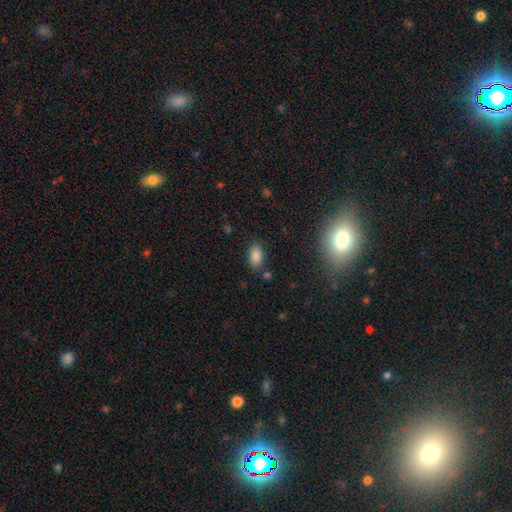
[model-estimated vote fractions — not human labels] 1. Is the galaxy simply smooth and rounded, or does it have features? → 84% smooth, 11% star or artifact, 5% featured or disk.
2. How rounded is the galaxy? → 91% in between, 7% round, 2% cigar-shaped.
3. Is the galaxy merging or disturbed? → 79% none, 13% minor disturbance, 4% merger, 4% major disturbance.